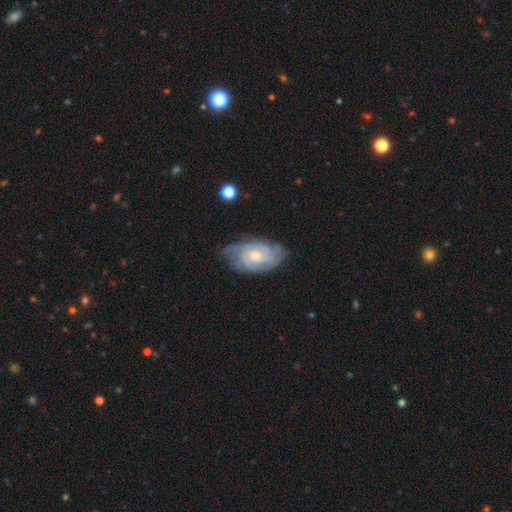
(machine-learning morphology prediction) smooth_or_featured: featured or disk (p=0.85) [alt: smooth p=0.10]
disk_edge_on: no (p=0.96) [alt: yes p=0.04]
bar: no (p=0.63) [alt: weak p=0.32]
has_spiral_arms: yes (p=0.97) [alt: no p=0.03]
spiral_winding: tight (p=0.68) [alt: medium p=0.27]
spiral_arm_count: can't tell (p=0.27) [alt: 3 p=0.26]
bulge_size: moderate (p=0.56) [alt: small p=0.34]
merging: none (p=0.74) [alt: minor disturbance p=0.20]